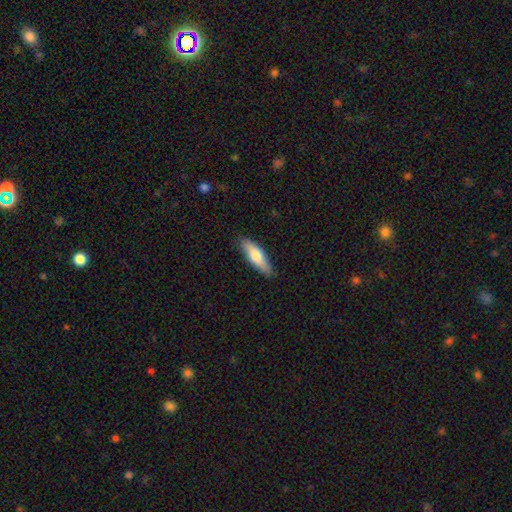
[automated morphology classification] Smooth or featured: smooth — 72% (featured or disk — 23%)
How rounded: cigar-shaped — 56% (in between — 43%)
Merging: none — 86% (minor disturbance — 11%)